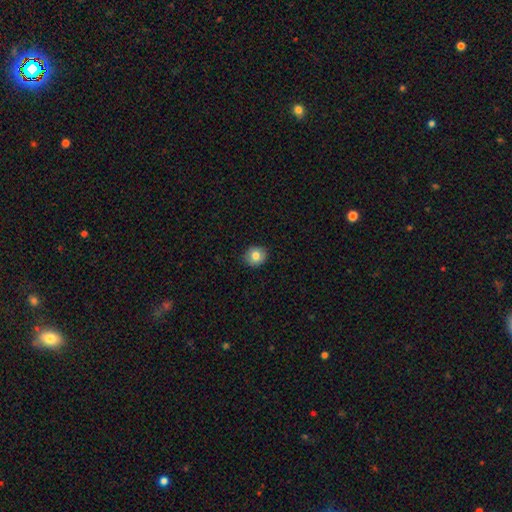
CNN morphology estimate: The model was most divided on "smooth or featured": smooth: 80%, featured or disk: 11%, star or artifact: 9%. More confident: merging — none (89%); how rounded — round (85%).